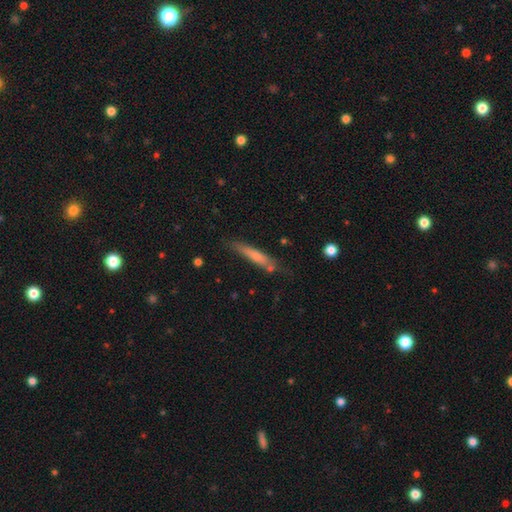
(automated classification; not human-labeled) Q: Smooth or featured?
A: smooth (67%); runner-up: featured or disk (27%)
Q: How rounded?
A: cigar-shaped (90%); runner-up: in between (8%)
Q: Merging?
A: none (68%); runner-up: minor disturbance (21%)